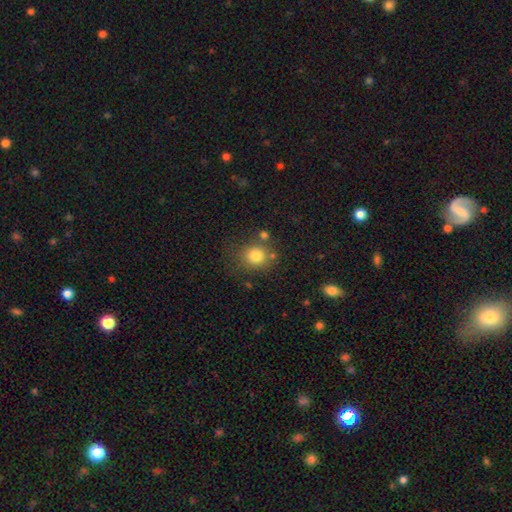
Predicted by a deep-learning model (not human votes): Smooth or featured: smooth — 79% (star or artifact — 13%)
How rounded: round — 83% (in between — 16%)
Merging: none — 73% (minor disturbance — 13%)